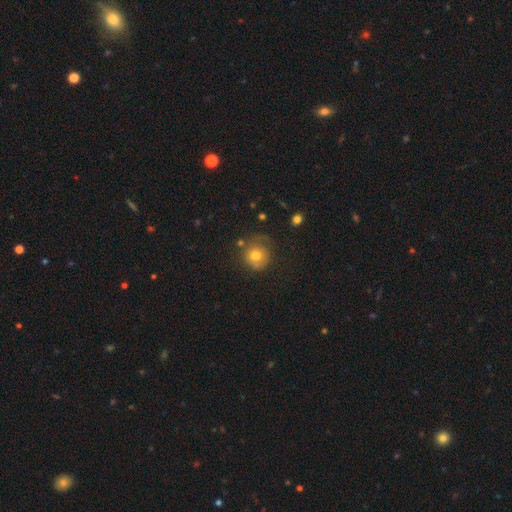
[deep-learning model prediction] A smooth galaxy with no disk features (72%) that is round (88%). Merging: none (60%).